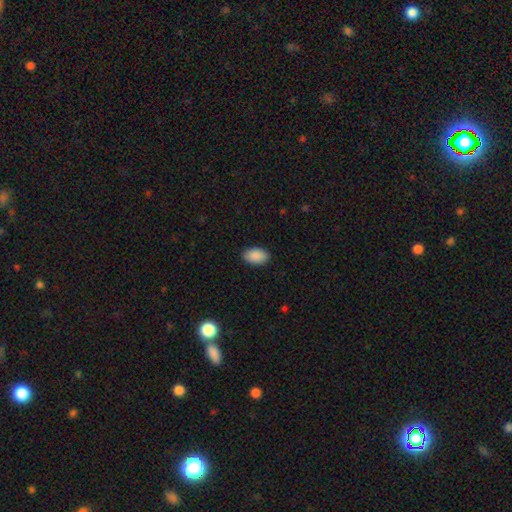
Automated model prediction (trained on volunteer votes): The model was most divided on "merging": none: 89%, minor disturbance: 8%, major disturbance: 2%, merger: 1%. More confident: how rounded — in between (93%); smooth or featured — smooth (91%).